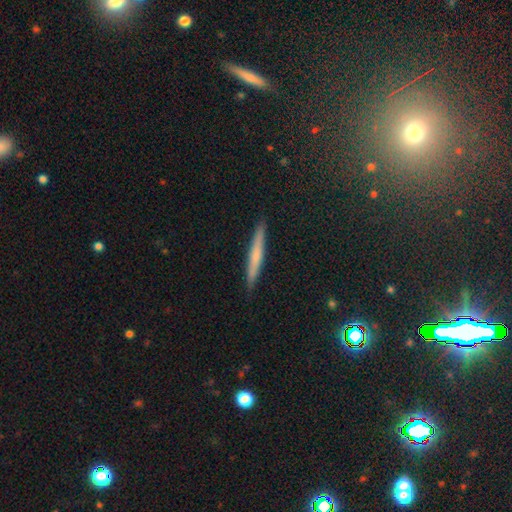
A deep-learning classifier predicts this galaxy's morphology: Smooth or featured? Predicted: smooth (p=0.56). How rounded? Predicted: cigar-shaped (p=0.96). Merging? Predicted: none (p=0.91).